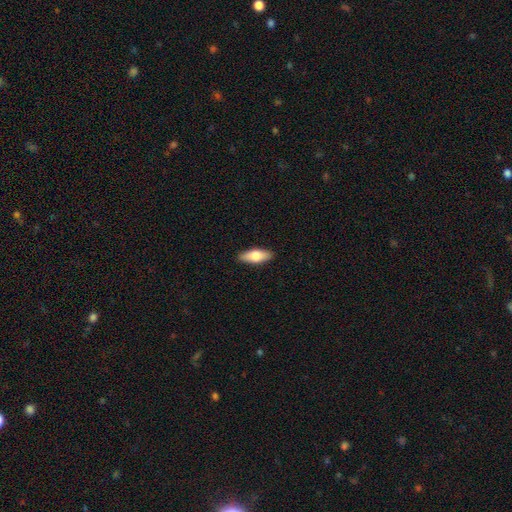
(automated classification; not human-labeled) A smooth galaxy with no disk features (70%) that is in between round and cigar-shaped (73%).

Vote fractions:
- Smooth or featured? smooth: 70% / featured or disk: 24% / star or artifact: 6%
- How rounded? in between: 73% / cigar-shaped: 24% / round: 3%
- Merging? none: 89% / minor disturbance: 8% / major disturbance: 2% / merger: 1%